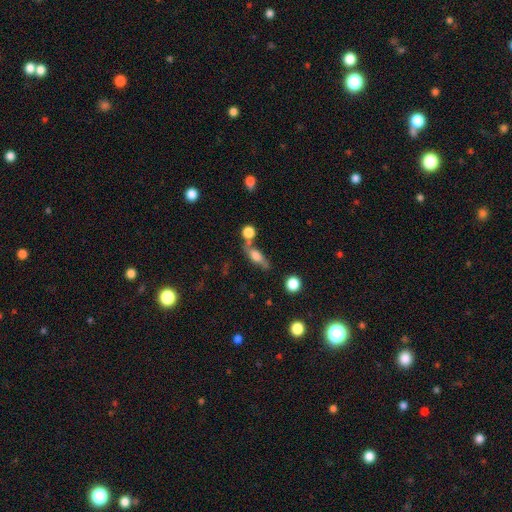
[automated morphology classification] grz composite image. It shows a smooth galaxy with no disk features (53%) that is in between round and cigar-shaped (47%). Merging: none (55%).